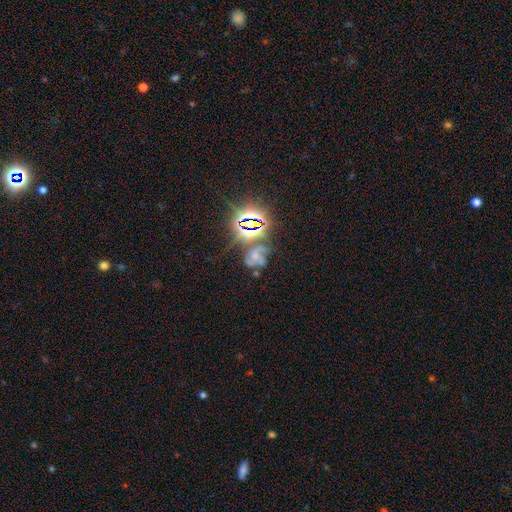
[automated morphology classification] The model was most divided on "smooth or featured": featured or disk: 43%, star or artifact: 37%, smooth: 19%. Remaining: merging — none (37%).